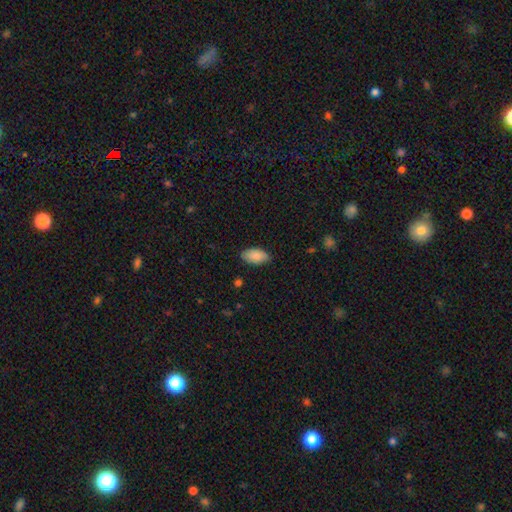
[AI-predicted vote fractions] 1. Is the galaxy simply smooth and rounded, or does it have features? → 87% smooth, 6% featured or disk, 6% star or artifact.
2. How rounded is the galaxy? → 94% in between, 3% round, 3% cigar-shaped.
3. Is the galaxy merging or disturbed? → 82% none, 15% minor disturbance, 3% major disturbance, 1% merger.